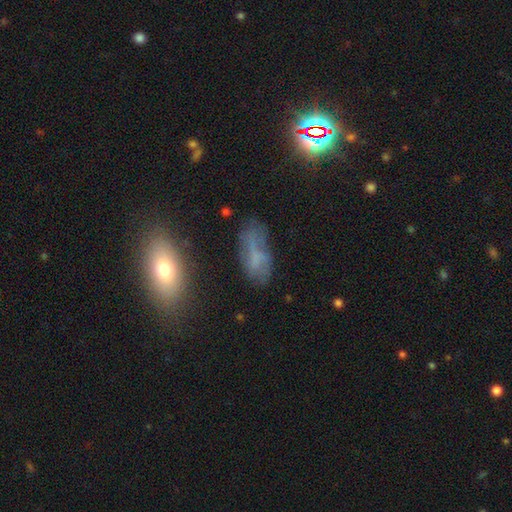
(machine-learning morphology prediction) A smooth galaxy with no disk features (48%).

Vote fractions:
- Smooth or featured? smooth: 48% / featured or disk: 36% / star or artifact: 16%
- Merging? none: 55% / minor disturbance: 25% / major disturbance: 15% / merger: 5%